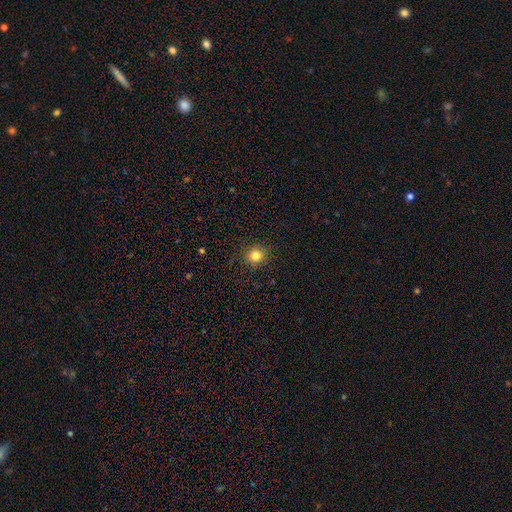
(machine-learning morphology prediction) Overall: smooth (82%). How rounded: round (89%). Merging: none (90%).